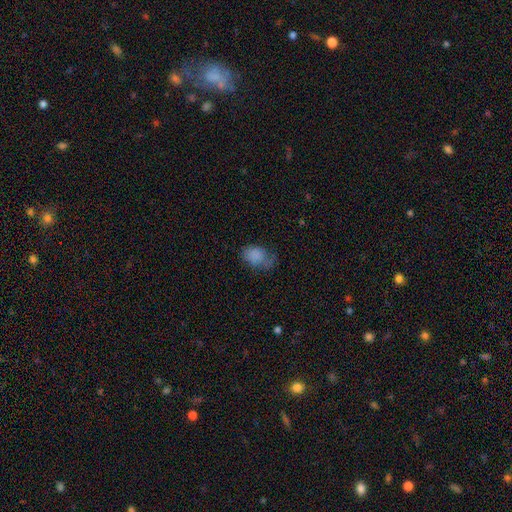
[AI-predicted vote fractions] Smooth or featured? Predicted: smooth (p=0.80). How rounded? Predicted: in between (p=0.77). Merging? Predicted: none (p=0.46).